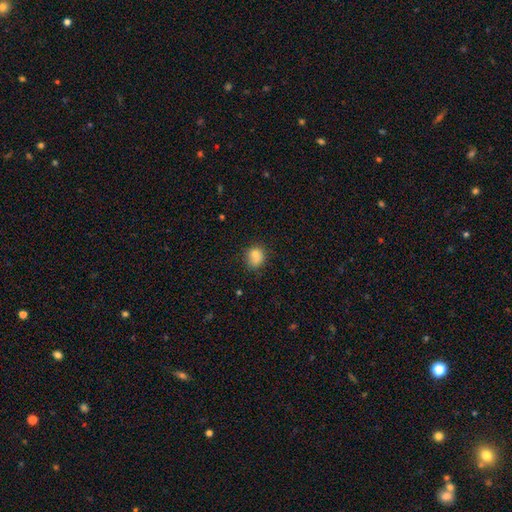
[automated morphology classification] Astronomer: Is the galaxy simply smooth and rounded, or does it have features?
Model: smooth — 79%.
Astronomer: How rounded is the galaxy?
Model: round — 69%.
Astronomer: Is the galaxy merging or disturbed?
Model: none — 59%.